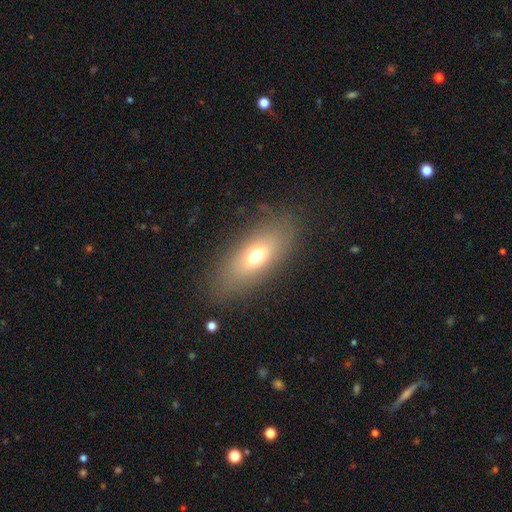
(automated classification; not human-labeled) Smooth or featured: smooth — 65% (featured or disk — 24%)
How rounded: in between — 78% (cigar-shaped — 15%)
Merging: none — 81% (minor disturbance — 12%)